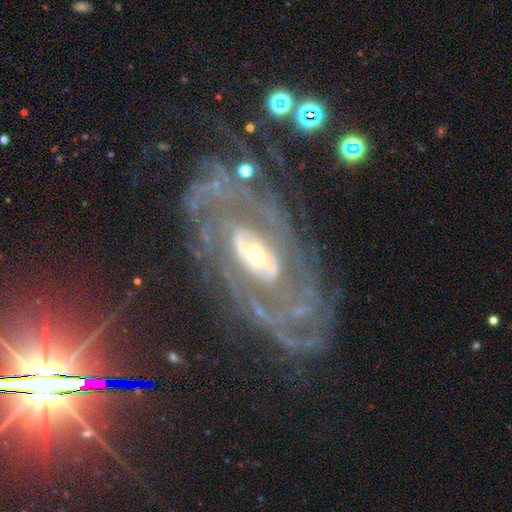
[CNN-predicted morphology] Q: Smooth or featured?
A: featured or disk (88%); runner-up: smooth (6%)
Q: Edge-on disk?
A: no (94%); runner-up: yes (6%)
Q: Bar?
A: no (43%); runner-up: weak (32%)
Q: Spiral arms?
A: yes (91%); runner-up: no (9%)
Q: Spiral winding?
A: tight (63%); runner-up: medium (27%)
Q: Spiral arm count?
A: can't tell (36%); runner-up: 2 (26%)
Q: Bulge size?
A: small (50%); runner-up: moderate (42%)
Q: Merging?
A: none (61%); runner-up: minor disturbance (18%)